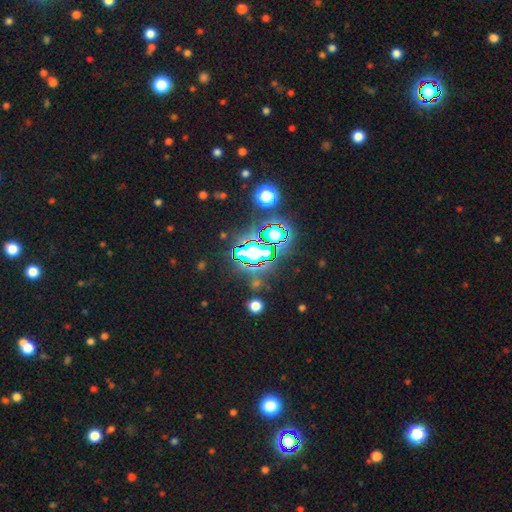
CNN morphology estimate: Smooth or featured: star or artifact — 82% (smooth — 11%)